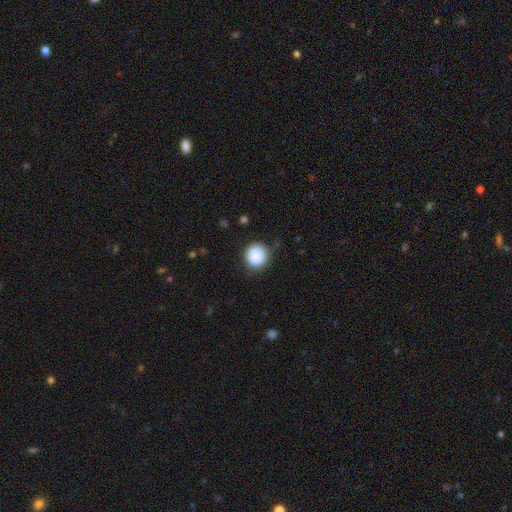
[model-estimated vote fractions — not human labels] Smooth or featured? Predicted: smooth (p=0.89). How rounded? Predicted: round (p=0.92). Merging? Predicted: none (p=0.86).